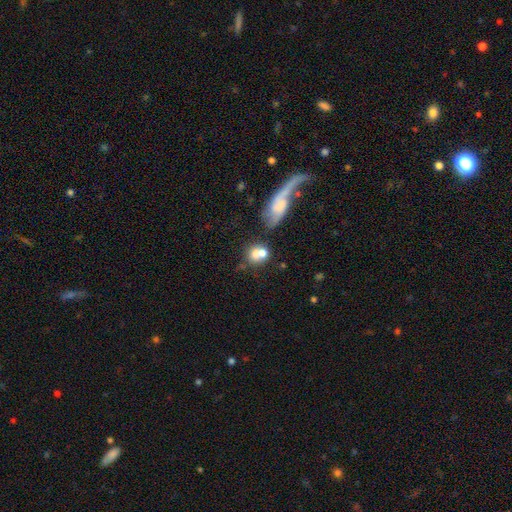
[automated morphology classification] Q: Smooth or featured?
A: smooth (68%); runner-up: featured or disk (21%)
Q: How rounded?
A: round (66%); runner-up: in between (32%)
Q: Merging?
A: merger (50%); runner-up: none (32%)